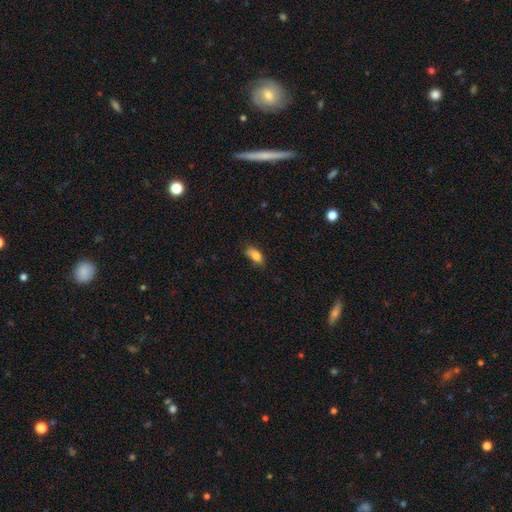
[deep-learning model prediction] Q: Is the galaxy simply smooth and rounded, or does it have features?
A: smooth — 80%.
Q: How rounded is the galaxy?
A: in between — 84%.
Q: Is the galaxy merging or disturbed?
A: none — 53%.